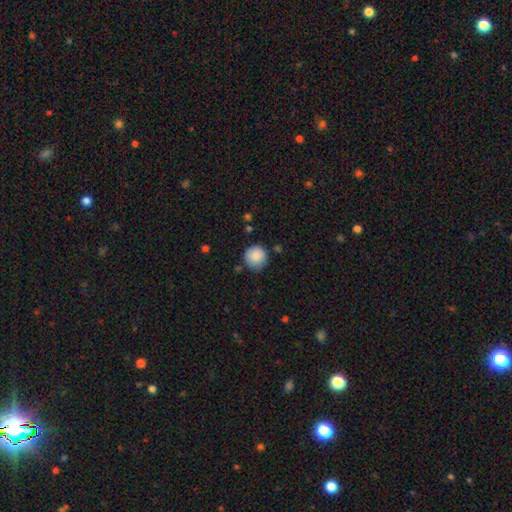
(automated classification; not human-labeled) smooth 86%, star or artifact 8%, featured or disk 6%. Down the decision tree: how rounded — round (94%); merging — none (78%).